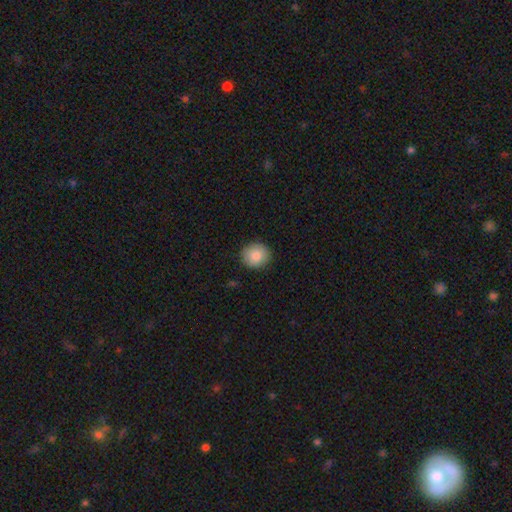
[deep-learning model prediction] smooth-or-featured: smooth: 86% | star or artifact: 8% | featured or disk: 6%
  how-rounded: round: 87% | in between: 12% | cigar-shaped: 1%
  merging: none: 89% | minor disturbance: 8% | major disturbance: 2% | merger: 1%